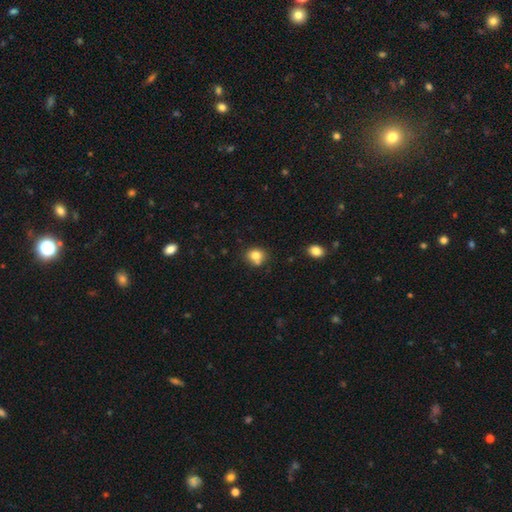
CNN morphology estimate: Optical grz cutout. It shows a smooth galaxy with no disk features (80%) that is round (71%). Merging: none (63%).